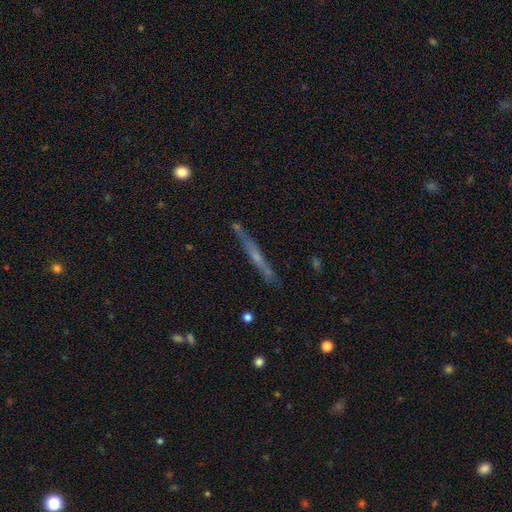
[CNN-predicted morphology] smooth-or-featured: featured or disk: 57% | smooth: 35% | star or artifact: 8%
  disk-edge-on: yes: 93% | no: 7%
    edge-on-bulge: none: 62% | rounded: 30% | boxy: 8%
  merging: none: 81% | minor disturbance: 13% | merger: 3% | major disturbance: 3%